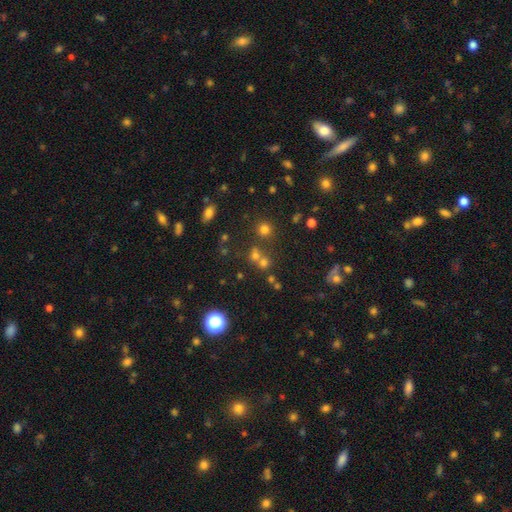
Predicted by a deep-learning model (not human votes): A smooth galaxy with no disk features (53%) that is round (84%).

Vote fractions:
- Smooth or featured? smooth: 53% / star or artifact: 36% / featured or disk: 12%
- How rounded? round: 84% / in between: 15% / cigar-shaped: 1%
- Merging? none: 56% / merger: 33% / minor disturbance: 7% / major disturbance: 4%